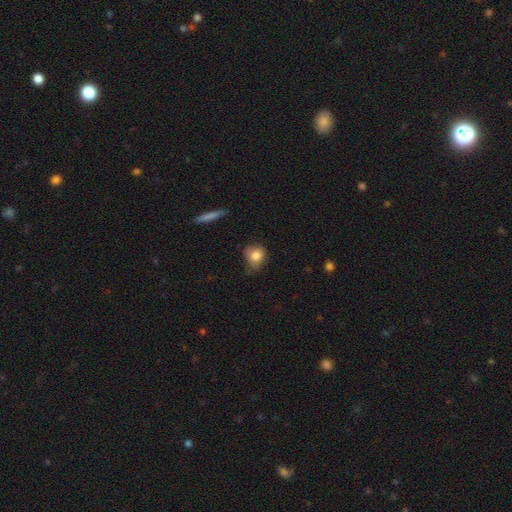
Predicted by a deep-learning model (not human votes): This appears to be a smooth galaxy with no disk features (80%) that is round (64%). Merging: none (51%).